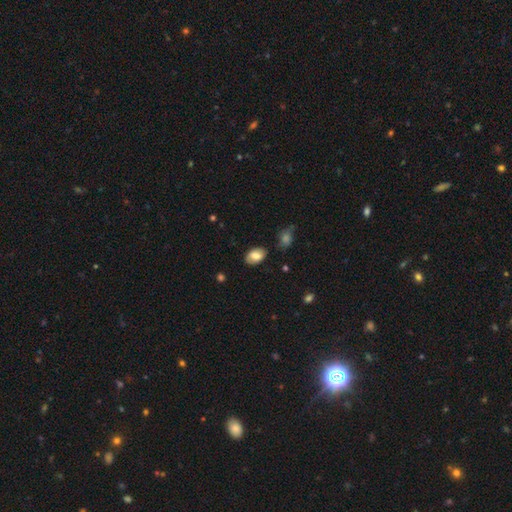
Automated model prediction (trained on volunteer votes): smooth 76%, featured or disk 16%, star or artifact 7%. Down the decision tree: how rounded — in between (90%); merging — none (79%).